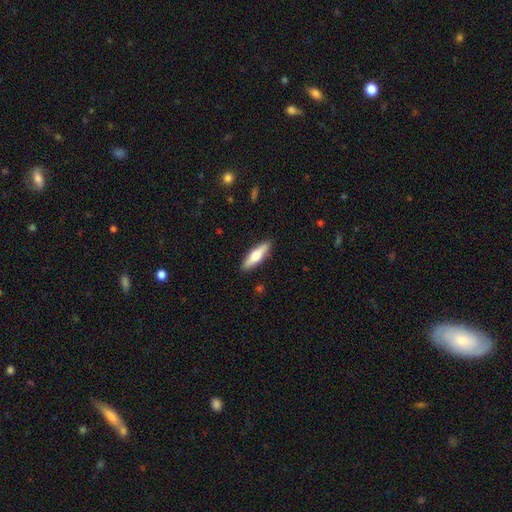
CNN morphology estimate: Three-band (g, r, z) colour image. It shows a smooth galaxy with no disk features (60%) that is cigar-shaped (63%). Merging: none (89%).